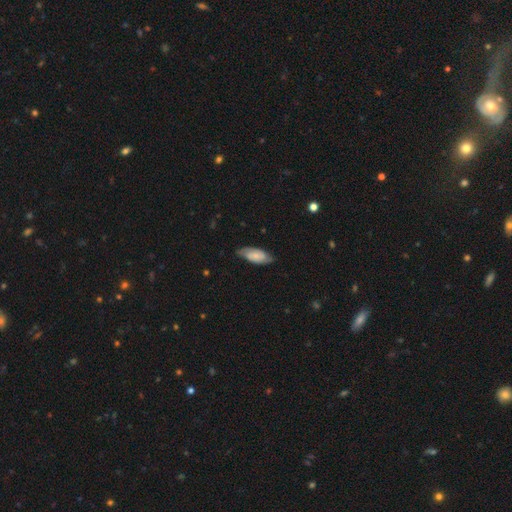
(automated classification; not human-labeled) Smooth or featured?
  - featured or disk: 49% *
  - smooth: 44%
  - star or artifact: 7%
Merging?
  - none: 71% *
  - minor disturbance: 22%
  - major disturbance: 5%
  - merger: 1%